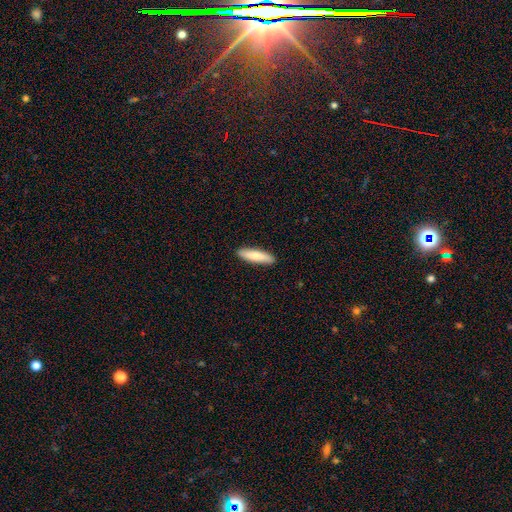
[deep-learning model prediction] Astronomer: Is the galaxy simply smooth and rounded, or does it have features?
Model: smooth — 80%.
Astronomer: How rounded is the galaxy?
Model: cigar-shaped — 76%.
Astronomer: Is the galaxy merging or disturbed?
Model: none — 91%.